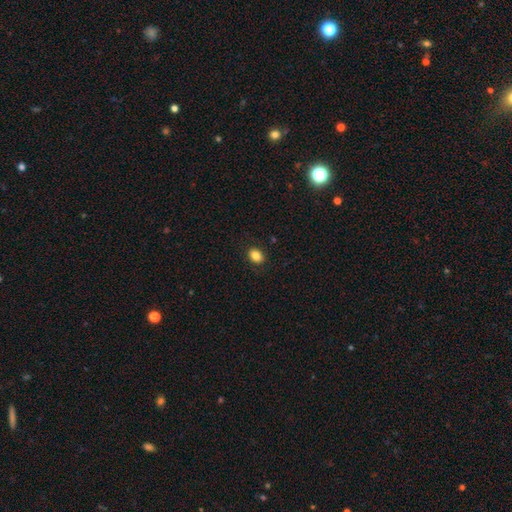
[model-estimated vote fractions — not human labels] A smooth galaxy with no disk features (85%) that is in between round and cigar-shaped (68%).

Vote fractions:
- Smooth or featured? smooth: 85% / star or artifact: 10% / featured or disk: 6%
- How rounded? in between: 68% / round: 31% / cigar-shaped: 1%
- Merging? none: 88% / minor disturbance: 9% / major disturbance: 2% / merger: 1%